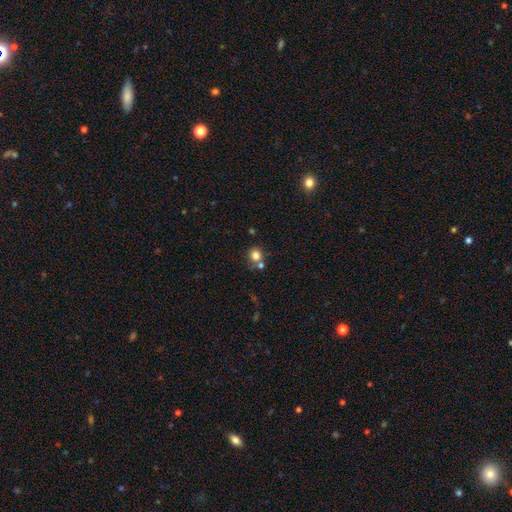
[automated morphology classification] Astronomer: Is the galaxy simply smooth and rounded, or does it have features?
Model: smooth — 80%.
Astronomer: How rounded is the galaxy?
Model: round — 84%.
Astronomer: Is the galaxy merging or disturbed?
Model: none — 61%.